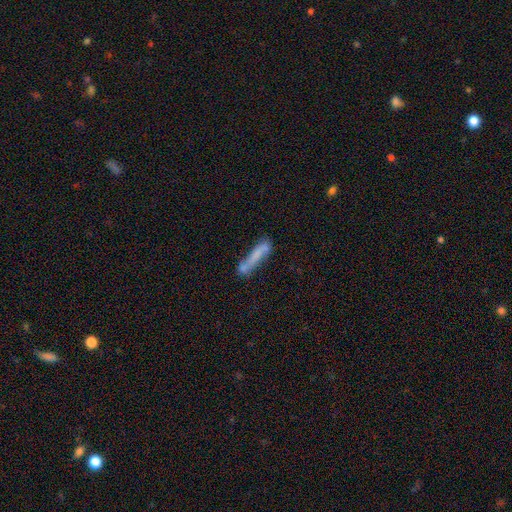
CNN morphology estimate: smooth-or-featured: smooth: 56% | featured or disk: 35% | star or artifact: 9%
  how-rounded: cigar-shaped: 87% | in between: 11% | round: 2%
  merging: none: 49% | minor disturbance: 21% | merger: 20% | major disturbance: 10%